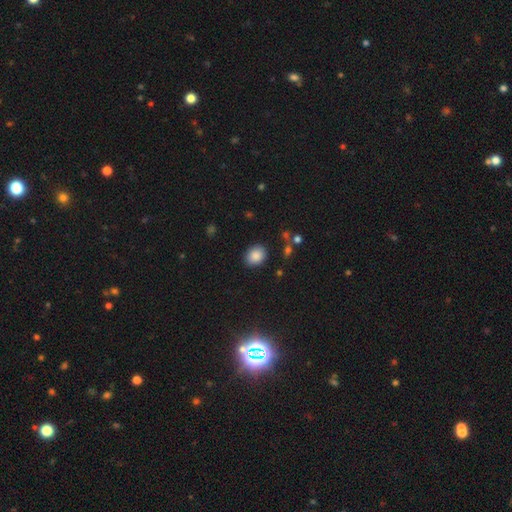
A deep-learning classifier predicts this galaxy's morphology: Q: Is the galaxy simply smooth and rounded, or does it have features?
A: smooth — 87%.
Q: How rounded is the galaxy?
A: in between — 50%.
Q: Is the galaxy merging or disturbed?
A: none — 87%.